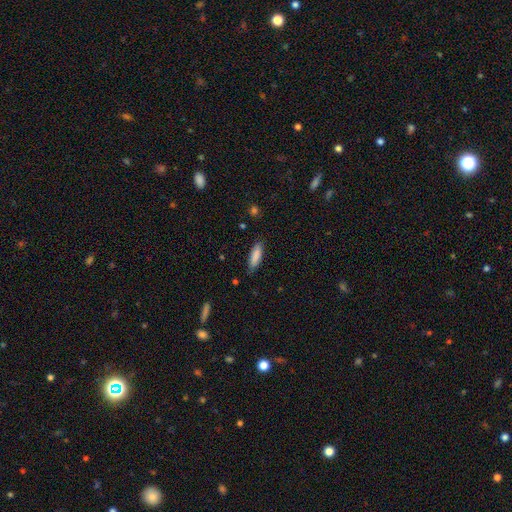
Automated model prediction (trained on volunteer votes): A smooth galaxy with no disk features (85%) that is in between round and cigar-shaped (51%).

Vote fractions:
- Smooth or featured? smooth: 85% / featured or disk: 8% / star or artifact: 6%
- How rounded? in between: 51% / cigar-shaped: 48% / round: 1%
- Merging? none: 80% / minor disturbance: 16% / major disturbance: 3% / merger: 1%